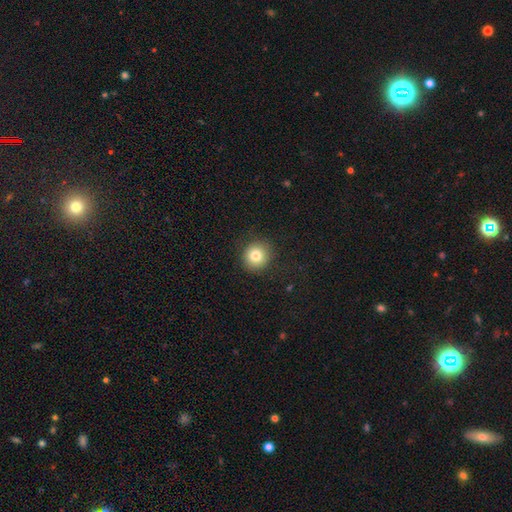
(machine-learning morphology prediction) Q: Smooth or featured?
A: smooth (81%); runner-up: star or artifact (11%)
Q: How rounded?
A: round (90%); runner-up: in between (9%)
Q: Merging?
A: none (89%); runner-up: minor disturbance (8%)